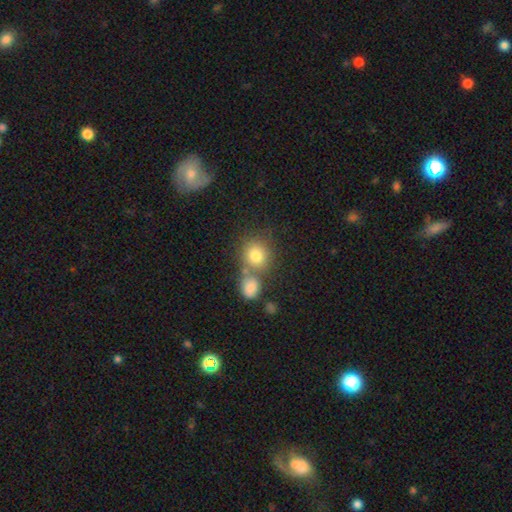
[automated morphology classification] Overall: smooth (79%). How rounded: round (84%). Merging: none (53%; merger 33%).